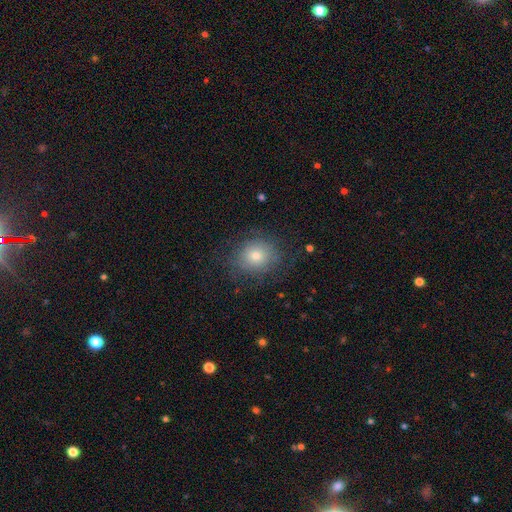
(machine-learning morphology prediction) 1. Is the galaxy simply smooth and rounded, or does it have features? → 69% smooth, 19% featured or disk, 12% star or artifact.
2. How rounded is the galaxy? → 69% round, 30% in between, 1% cigar-shaped.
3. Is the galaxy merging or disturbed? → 76% none, 16% minor disturbance, 7% major disturbance, 1% merger.